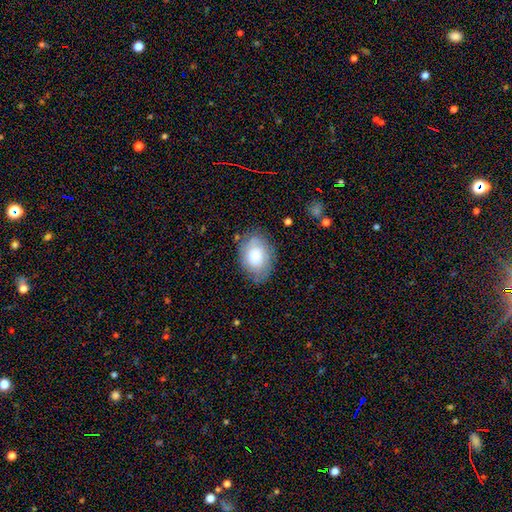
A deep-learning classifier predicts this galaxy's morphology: type=smooth (71%); roundness=in between (79%); merging=none (72%).